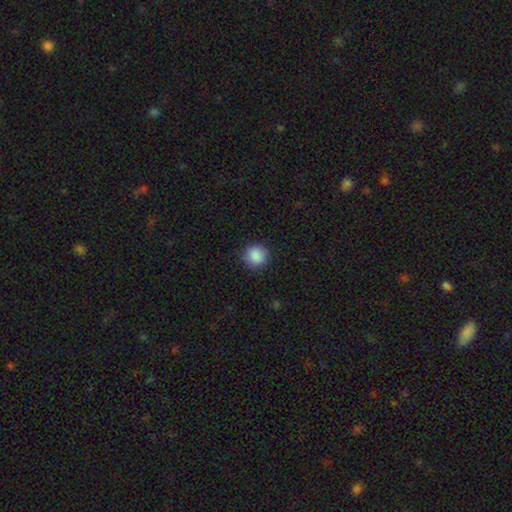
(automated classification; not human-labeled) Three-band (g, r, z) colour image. It shows a smooth galaxy with no disk features (89%) that is round (92%). Merging: none (90%).